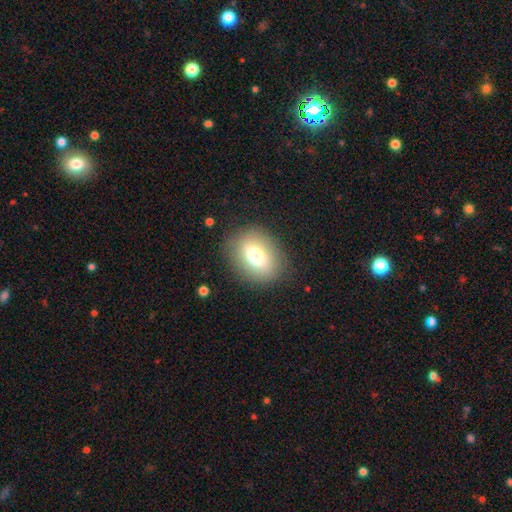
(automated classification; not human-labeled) Smooth or featured: smooth — 71% (featured or disk — 18%)
How rounded: in between — 68% (round — 30%)
Merging: none — 83% (minor disturbance — 11%)